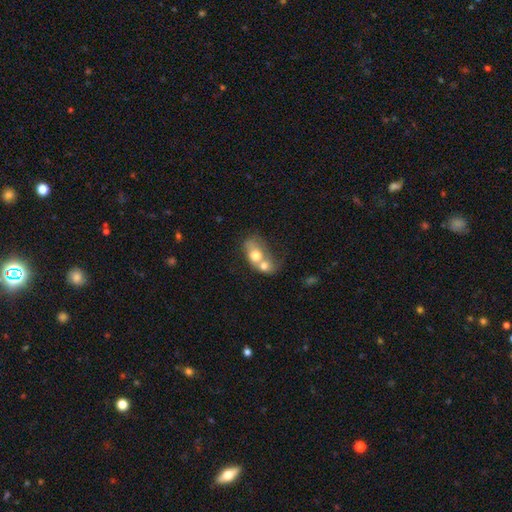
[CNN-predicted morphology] type=smooth (63%); roundness=in between (65%); merging=merger (78%).